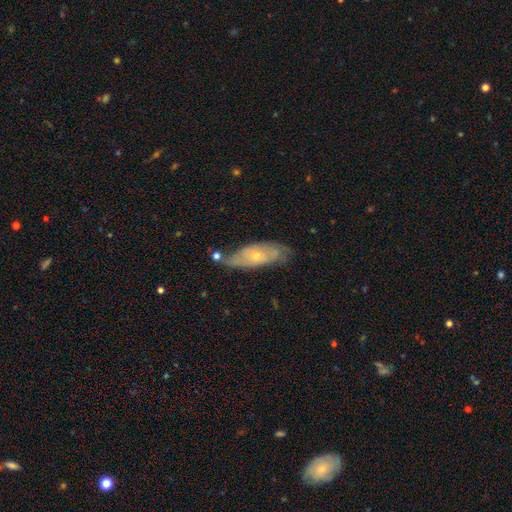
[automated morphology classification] Q: Smooth or featured?
A: featured or disk (59%); runner-up: smooth (34%)
Q: Edge-on disk?
A: no (79%); runner-up: yes (21%)
Q: Merging?
A: none (59%); runner-up: minor disturbance (26%)